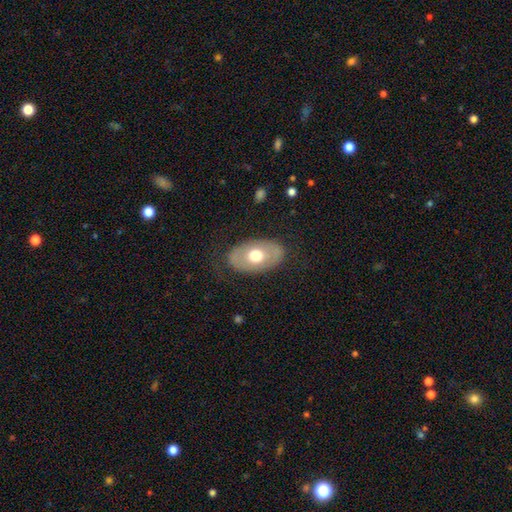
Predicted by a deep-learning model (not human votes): Smooth or featured: smooth — 49% (featured or disk — 45%)
Merging: none — 82% (minor disturbance — 12%)